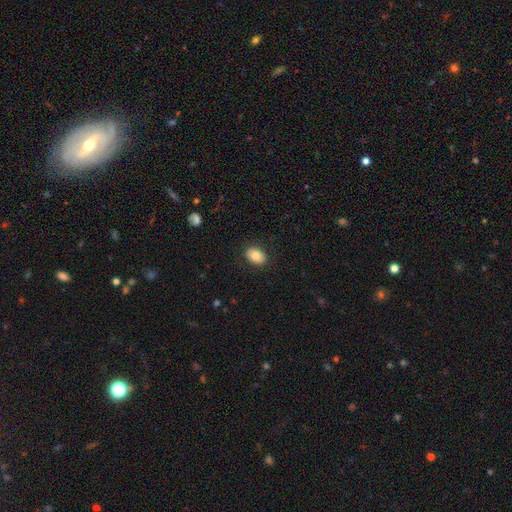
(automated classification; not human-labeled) Overall: smooth (81%). How rounded: in between (78%). Merging: none (88%).